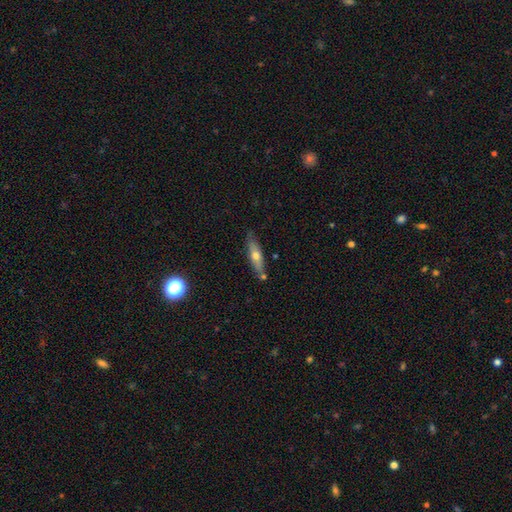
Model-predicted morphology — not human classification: Smooth or featured?
  - smooth: 51% *
  - featured or disk: 43%
  - star or artifact: 7%
How rounded?
  - cigar-shaped: 70% *
  - in between: 28%
  - round: 2%
Merging?
  - none: 76% *
  - minor disturbance: 15%
  - merger: 7%
  - major disturbance: 3%